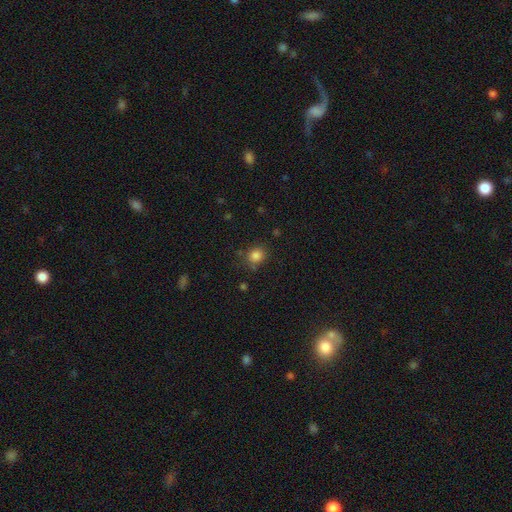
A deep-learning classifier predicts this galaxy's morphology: Q: Smooth or featured?
A: smooth (83%); runner-up: star or artifact (12%)
Q: How rounded?
A: round (78%); runner-up: in between (21%)
Q: Merging?
A: none (78%); runner-up: minor disturbance (14%)